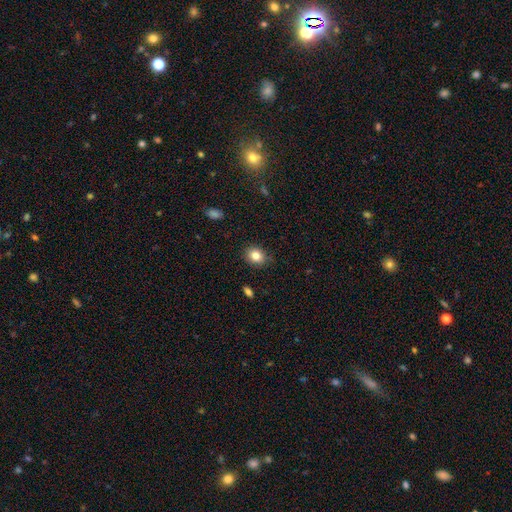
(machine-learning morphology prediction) This is clearly a smooth galaxy (83%). How rounded: possibly round (55%). Merging: clearly none (85%).